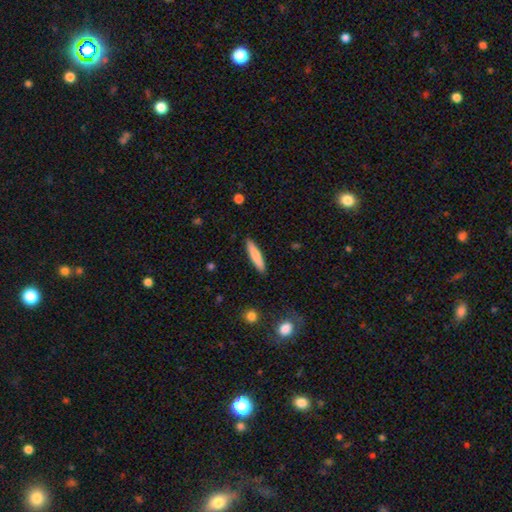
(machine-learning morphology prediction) This appears to be a smooth galaxy with no disk features (78%) that is cigar-shaped (87%). Merging: none (90%).